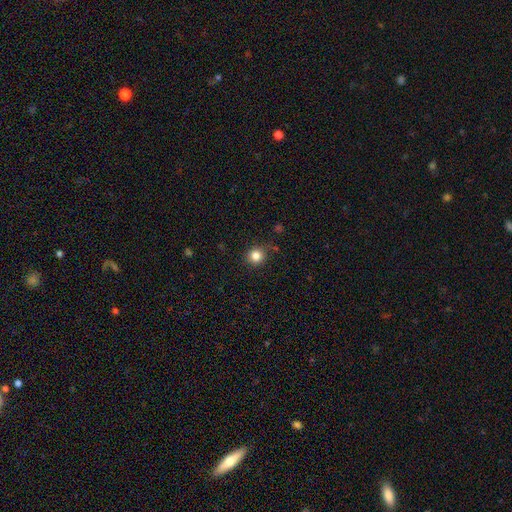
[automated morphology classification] Q: Smooth or featured?
A: smooth (84%); runner-up: star or artifact (12%)
Q: How rounded?
A: round (93%); runner-up: in between (7%)
Q: Merging?
A: none (85%); runner-up: minor disturbance (11%)